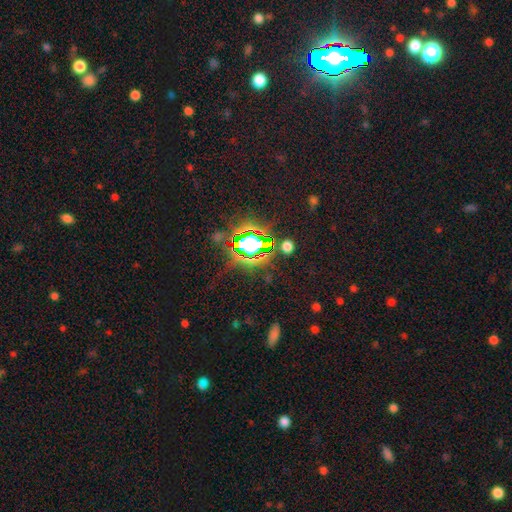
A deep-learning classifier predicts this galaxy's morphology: This is likely a star or artifact rather than a galaxy (78%).